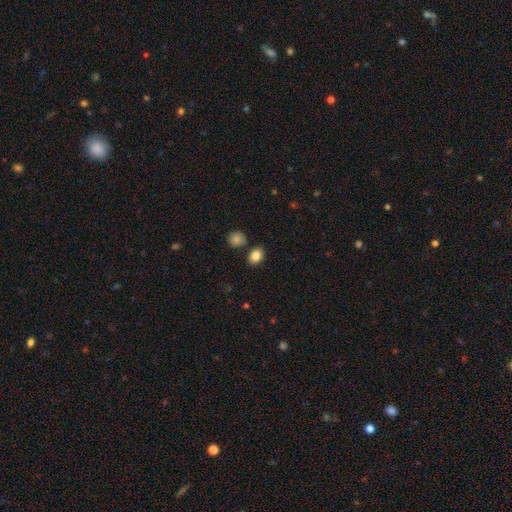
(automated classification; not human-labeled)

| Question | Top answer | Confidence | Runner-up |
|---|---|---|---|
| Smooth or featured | smooth | 85% | star or artifact (10%) |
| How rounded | in between | 59% | round (39%) |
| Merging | none | 79% | minor disturbance (11%) |